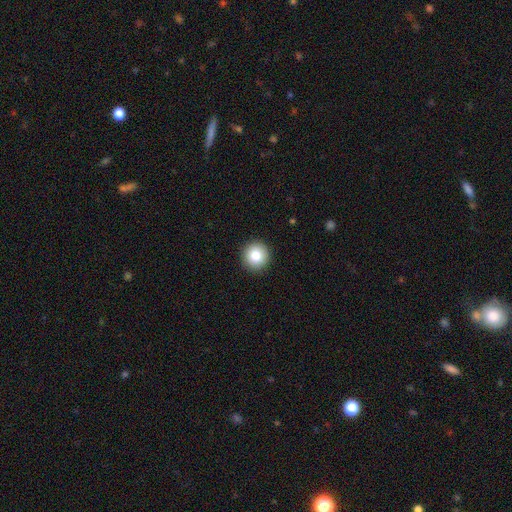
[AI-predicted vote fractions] This is clearly a smooth galaxy (83%). How rounded: clearly round (94%). Merging: clearly none (93%).